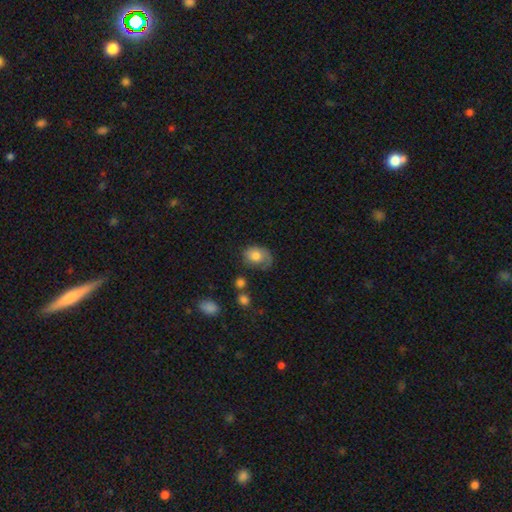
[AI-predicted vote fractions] Q: Smooth or featured?
A: smooth (64%); runner-up: featured or disk (28%)
Q: How rounded?
A: in between (66%); runner-up: round (33%)
Q: Merging?
A: none (46%); runner-up: minor disturbance (29%)